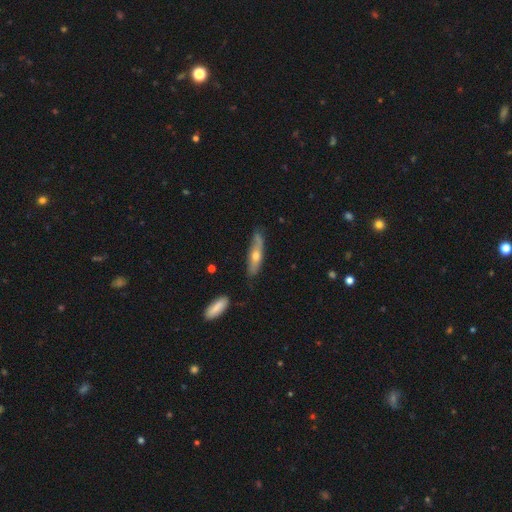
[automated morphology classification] This appears to be a featured or disk galaxy (50%). Merging: none (70%).